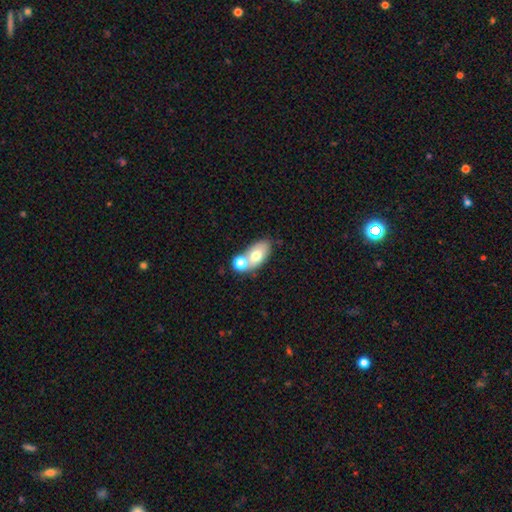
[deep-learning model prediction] Smooth or featured: smooth — 67% (featured or disk — 24%)
How rounded: in between — 88% (round — 9%)
Merging: none — 42% (tied with merger — 42%)